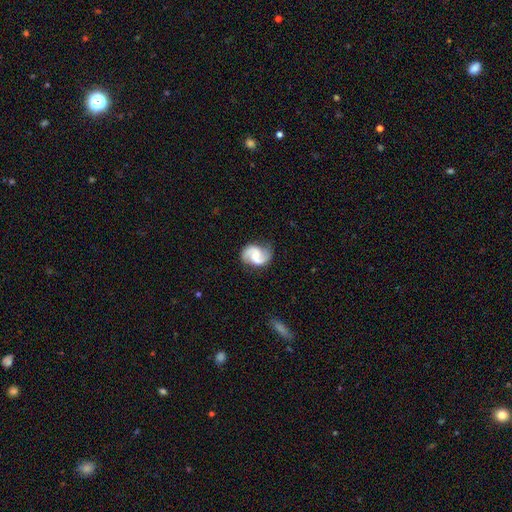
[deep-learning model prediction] featured or disk 85%, smooth 10%, star or artifact 5%. Down the decision tree: edge-on disk — no (98%); bar — weak (45%); spiral arms — yes (97%); spiral arm count — 2 (93%); spiral winding — medium (50%); bulge size — moderate (52%); merging — none (78%).